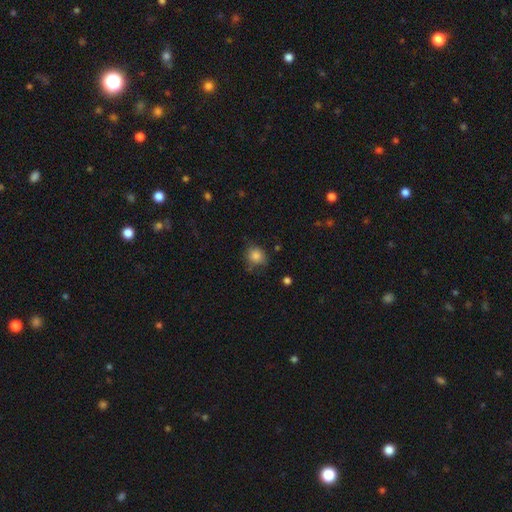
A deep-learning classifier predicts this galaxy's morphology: Smooth or featured? smooth (84%)
How rounded? round (74%)
Merging? none (69%)